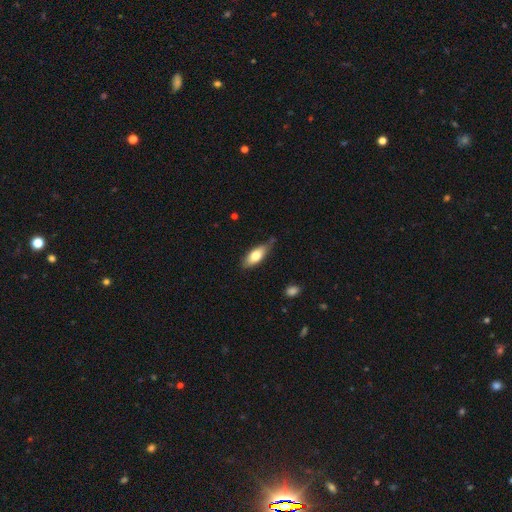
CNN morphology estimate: This appears to be a smooth galaxy with no disk features (75%) that is in between round and cigar-shaped (77%). Merging: none (65%).